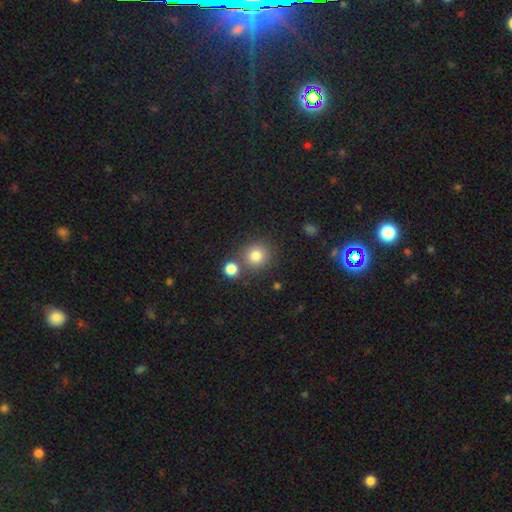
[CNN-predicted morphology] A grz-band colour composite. It shows a smooth galaxy with no disk features (81%) that is round (90%). Merging: none (73%).